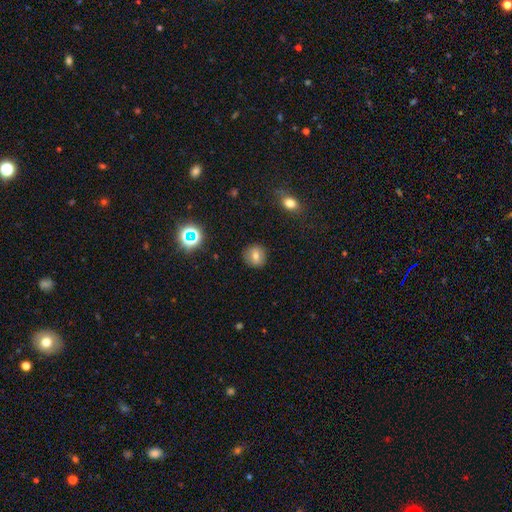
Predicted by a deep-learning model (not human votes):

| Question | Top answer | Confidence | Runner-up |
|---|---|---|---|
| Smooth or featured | smooth | 70% | featured or disk (16%) |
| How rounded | round | 89% | in between (10%) |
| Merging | none | 89% | minor disturbance (8%) |